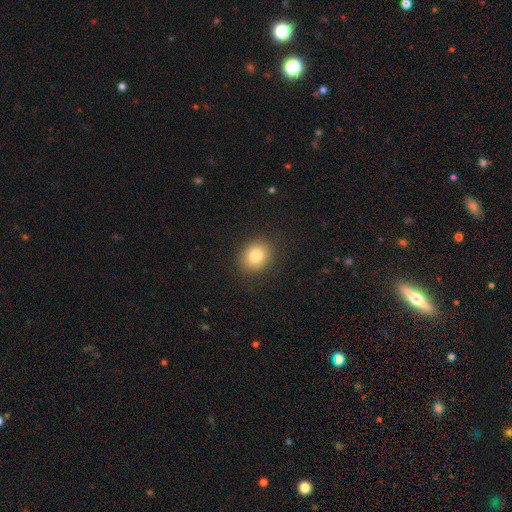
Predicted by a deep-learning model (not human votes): This appears to be a smooth galaxy with no disk features (82%) that is round (61%). Merging: none (88%).